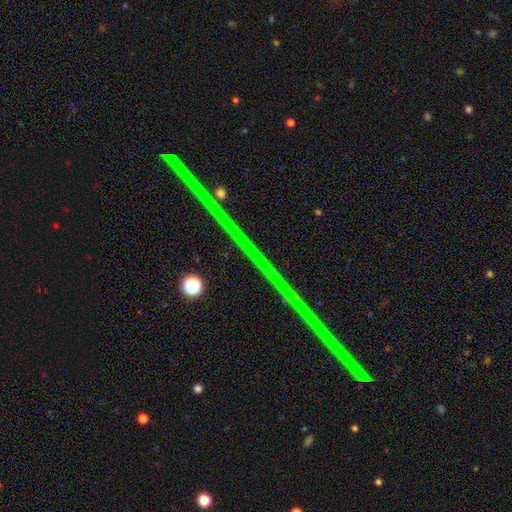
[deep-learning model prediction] A star or artifact, not a galaxy (86%).